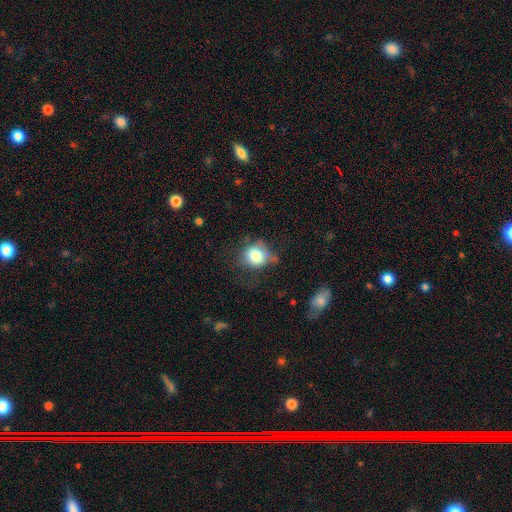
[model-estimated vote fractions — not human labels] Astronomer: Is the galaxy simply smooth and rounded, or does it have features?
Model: smooth — 78%.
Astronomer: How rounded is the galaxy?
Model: round — 81%.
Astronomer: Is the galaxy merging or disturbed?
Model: none — 54%.